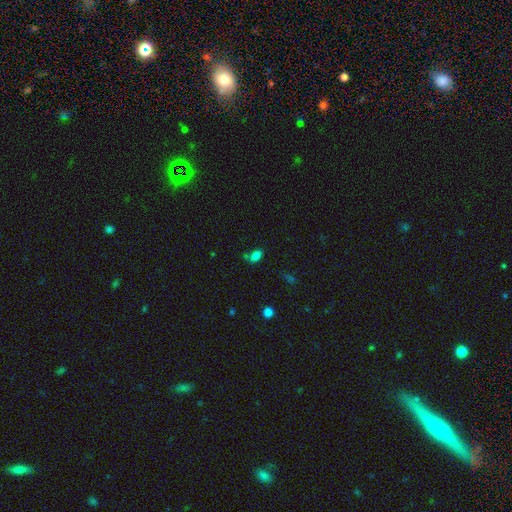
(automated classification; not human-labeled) A smooth galaxy with no disk features (78%) that is in between round and cigar-shaped (88%).

Vote fractions:
- Smooth or featured? smooth: 78% / star or artifact: 16% / featured or disk: 6%
- How rounded? in between: 88% / round: 9% / cigar-shaped: 3%
- Merging? none: 61% / minor disturbance: 19% / merger: 14% / major disturbance: 6%